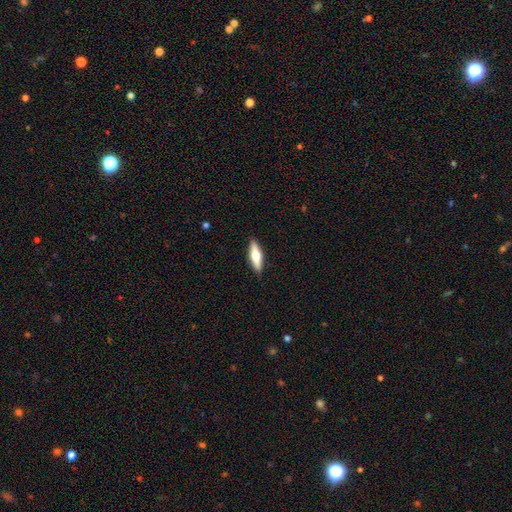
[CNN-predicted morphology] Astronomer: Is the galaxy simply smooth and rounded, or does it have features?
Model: smooth — 50% (runner-up: featured or disk, 45%).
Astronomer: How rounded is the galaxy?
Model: cigar-shaped — 59% (runner-up: in between, 39%).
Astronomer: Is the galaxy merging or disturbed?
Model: none — 90%.